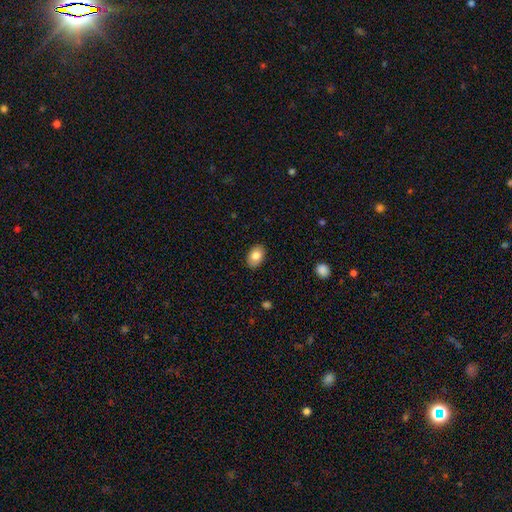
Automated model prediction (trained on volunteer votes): Morphology: type=smooth (82%); roundness=in between (85%); merging=none (88%).